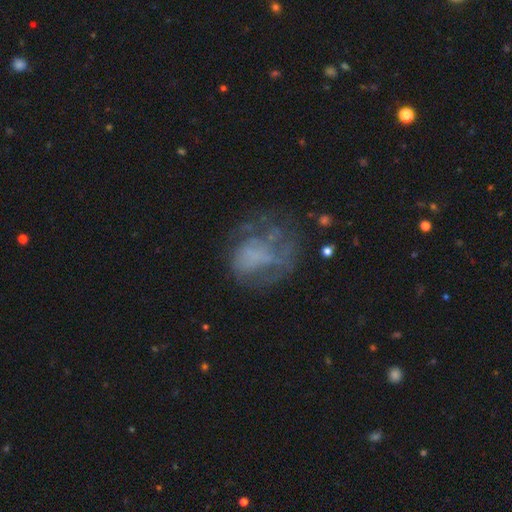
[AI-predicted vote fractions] smooth_or_featured: featured or disk (p=0.56) [alt: smooth p=0.30]
disk_edge_on: no (p=0.98) [alt: yes p=0.02]
bar: no (p=0.86) [alt: weak p=0.11]
has_spiral_arms: no (p=0.72) [alt: yes p=0.28]
bulge_size: none (p=0.73) [alt: small p=0.09]
merging: none (p=0.43) [alt: major disturbance p=0.33]